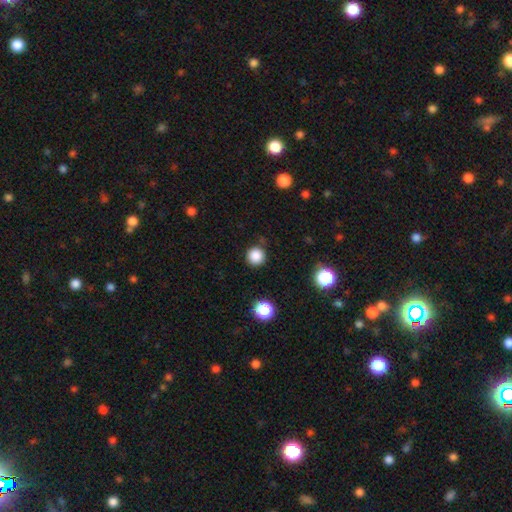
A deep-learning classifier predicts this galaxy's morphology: A smooth galaxy with no disk features (85%) that is round (95%). Merging: none (87%).